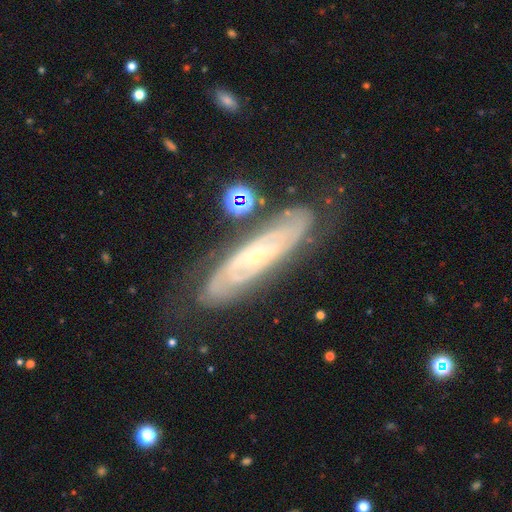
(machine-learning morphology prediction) A featured or disk galaxy (85%) with no bar (55%), 2 (37%, tied with can't tell) tight (73%) spiral arms (94%) and a small central bulge (82%). Merging: none (76%).